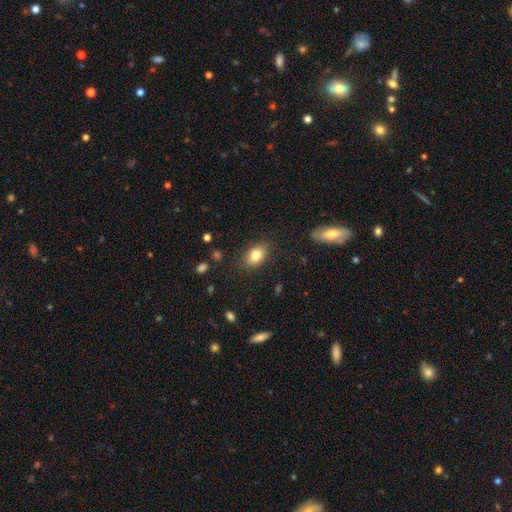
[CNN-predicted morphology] Smooth or featured? Predicted: smooth (p=0.80). How rounded? Predicted: in between (p=0.82). Merging? Predicted: none (p=0.84).